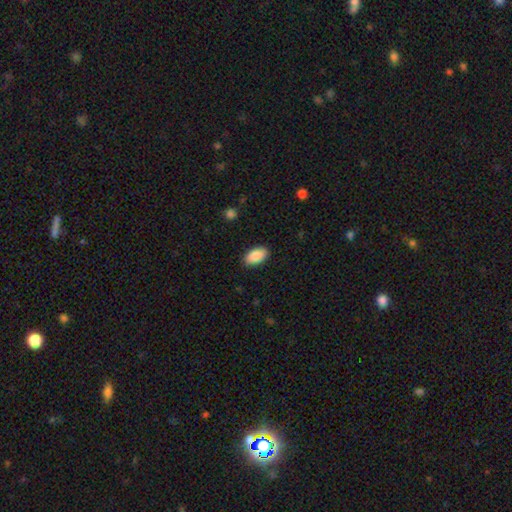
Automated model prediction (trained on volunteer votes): Q: Smooth or featured?
A: smooth (90%); runner-up: star or artifact (6%)
Q: How rounded?
A: in between (95%); runner-up: round (3%)
Q: Merging?
A: none (88%); runner-up: minor disturbance (9%)